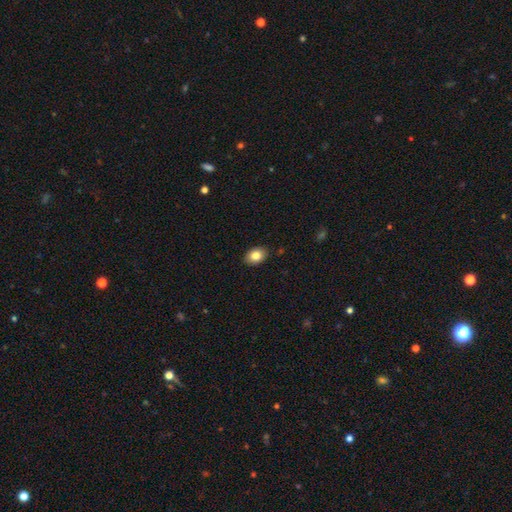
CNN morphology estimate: smooth 83%, featured or disk 9%, star or artifact 8%. Down the decision tree: how rounded — in between (80%); merging — none (88%).